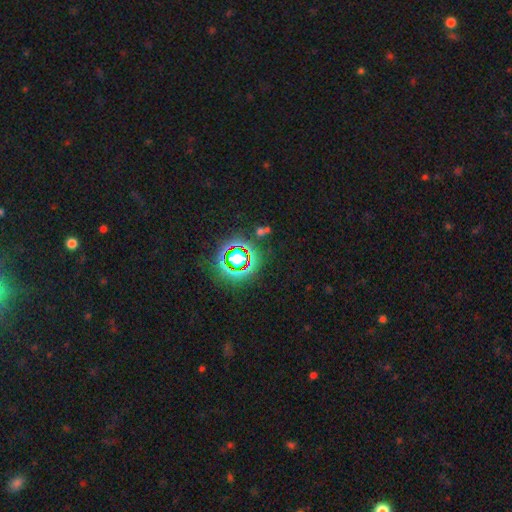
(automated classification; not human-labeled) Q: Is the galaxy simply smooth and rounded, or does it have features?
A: star or artifact — 78%.